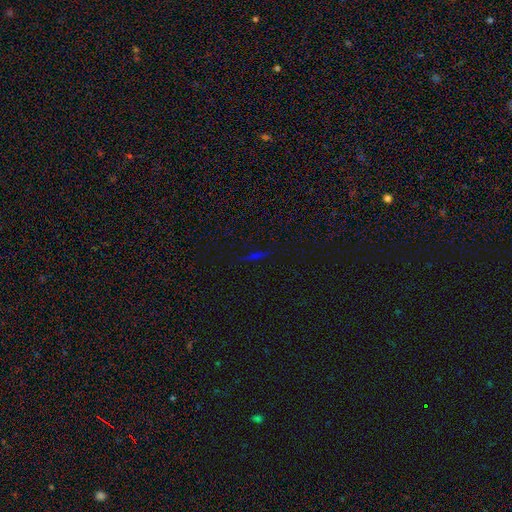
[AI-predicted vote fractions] A star or artifact, not a galaxy (42%).

Vote fractions:
- Smooth or featured? star or artifact: 42% / smooth: 35% / featured or disk: 23%